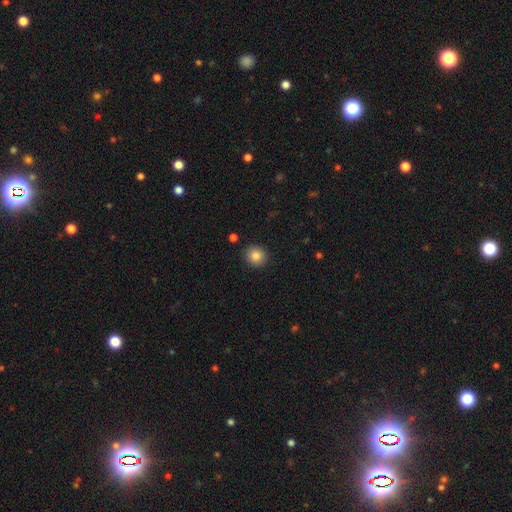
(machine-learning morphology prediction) Overall: smooth (85%). How rounded: round (87%). Merging: none (90%).